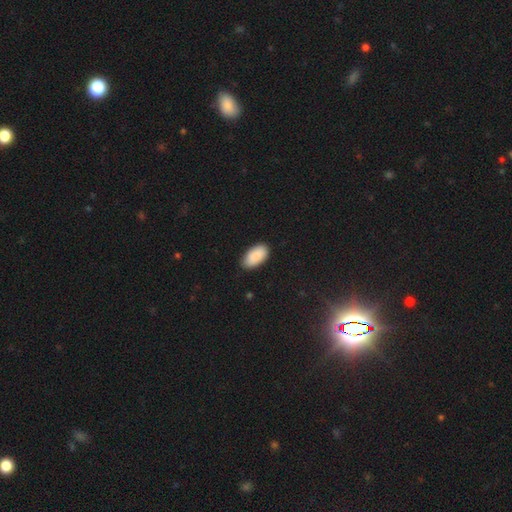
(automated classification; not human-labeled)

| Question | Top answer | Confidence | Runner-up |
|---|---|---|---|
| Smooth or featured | smooth | 91% | star or artifact (6%) |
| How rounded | in between | 96% | cigar-shaped (2%) |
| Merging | none | 84% | minor disturbance (13%) |